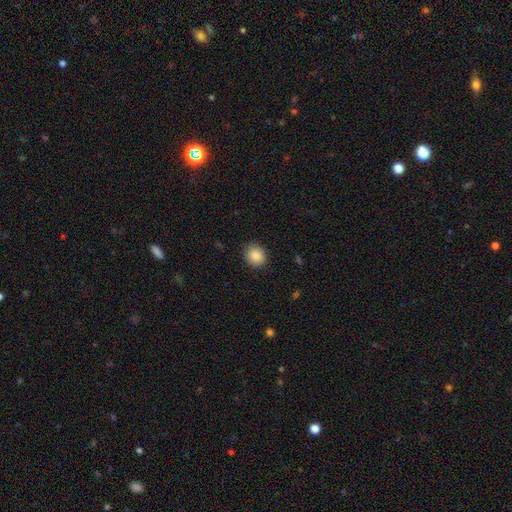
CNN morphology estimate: Q: Smooth or featured?
A: smooth (88%); runner-up: star or artifact (9%)
Q: How rounded?
A: round (76%); runner-up: in between (23%)
Q: Merging?
A: none (88%); runner-up: minor disturbance (9%)